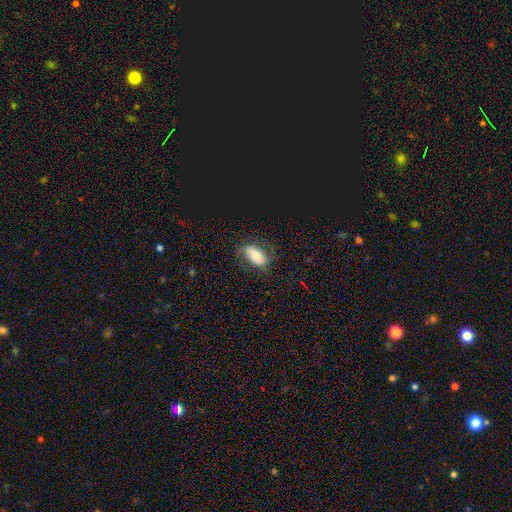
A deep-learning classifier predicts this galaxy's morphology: Smooth or featured? Predicted: smooth (p=0.53). How rounded? Predicted: in between (p=0.88). Merging? Predicted: none (p=0.69).